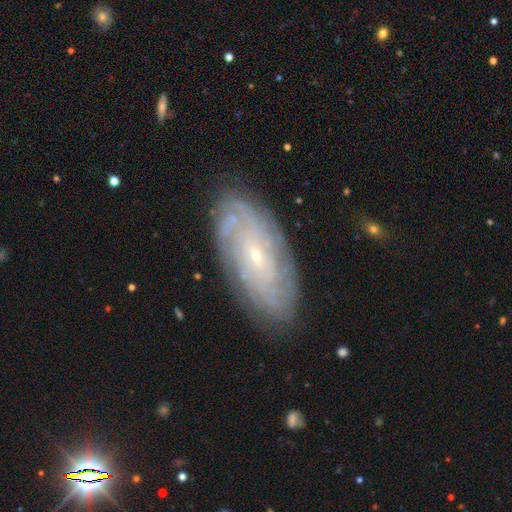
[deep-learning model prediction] A featured or disk galaxy (81%) with no bar (68%), tight (77%) spiral arms (94%) and a small central bulge (80%). Merging: none (83%).